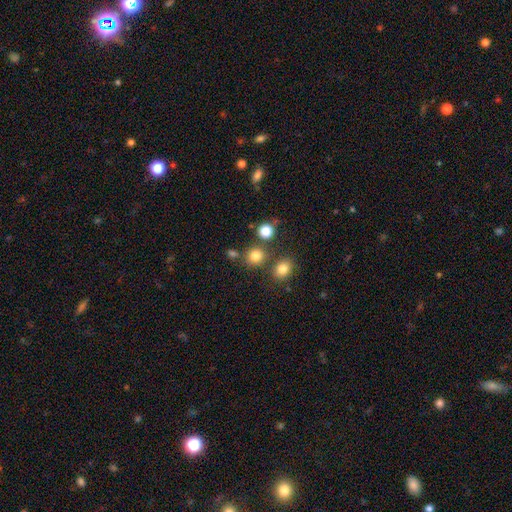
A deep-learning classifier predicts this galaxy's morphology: Smooth or featured?
  - smooth: 80% *
  - star or artifact: 14%
  - featured or disk: 6%
How rounded?
  - round: 84% *
  - in between: 15%
  - cigar-shaped: 1%
Merging?
  - none: 75% *
  - merger: 13%
  - minor disturbance: 8%
  - major disturbance: 4%